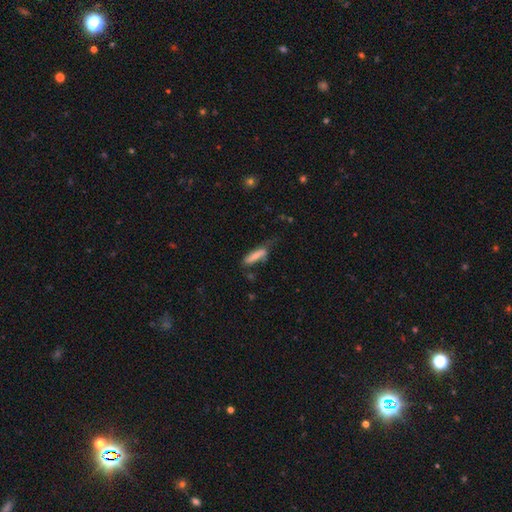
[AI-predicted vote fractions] Smooth or featured? smooth (75%)
How rounded? cigar-shaped (68%)
Merging? none (50%)